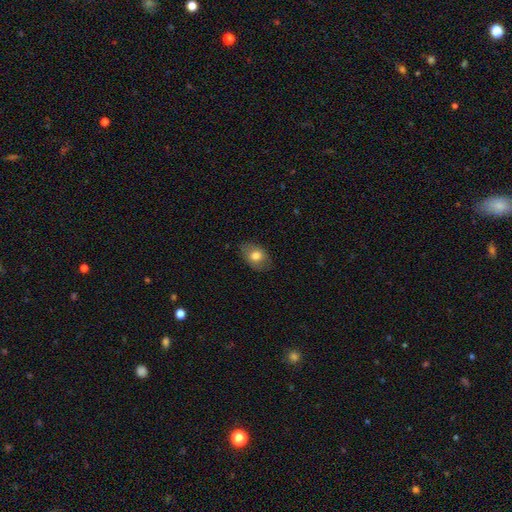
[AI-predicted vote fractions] Smooth or featured?
  - smooth: 76% *
  - featured or disk: 16%
  - star or artifact: 8%
How rounded?
  - in between: 80% *
  - round: 19%
  - cigar-shaped: 1%
Merging?
  - none: 81% *
  - minor disturbance: 15%
  - major disturbance: 4%
  - merger: 1%